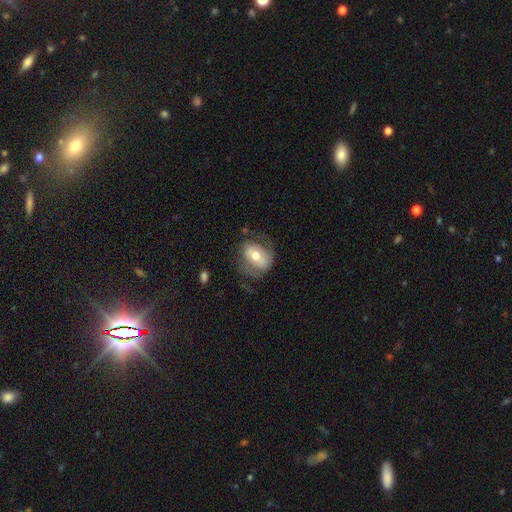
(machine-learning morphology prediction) Smooth or featured: featured or disk — 47% (smooth — 46%)
Merging: none — 57% (minor disturbance — 23%)